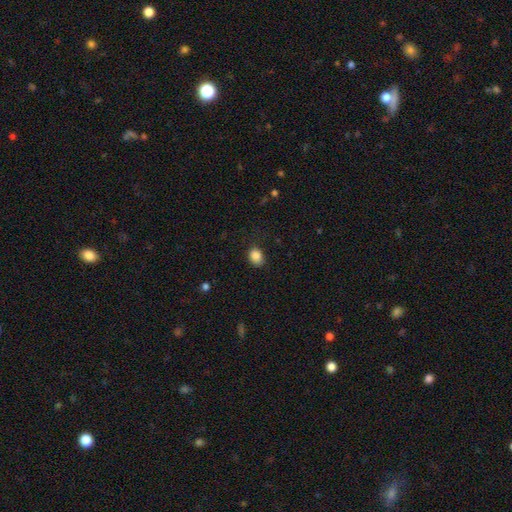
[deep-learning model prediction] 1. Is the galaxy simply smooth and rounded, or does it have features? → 87% smooth, 10% star or artifact, 4% featured or disk.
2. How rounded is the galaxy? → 56% in between, 43% round, 1% cigar-shaped.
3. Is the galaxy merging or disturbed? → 78% none, 17% minor disturbance, 4% major disturbance, 1% merger.